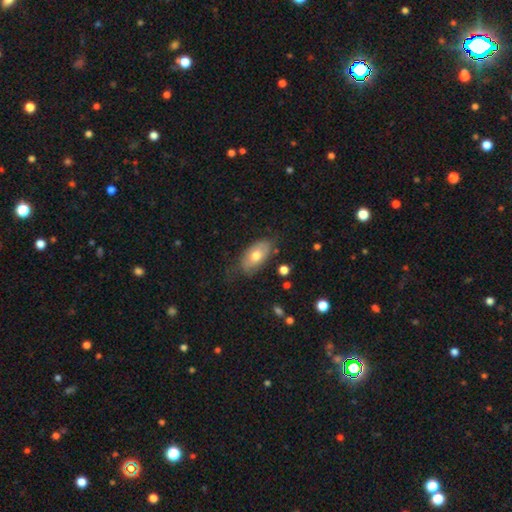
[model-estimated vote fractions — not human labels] Smooth or featured? Predicted: smooth (p=0.67). How rounded? Predicted: in between (p=0.92). Merging? Predicted: none (p=0.65).